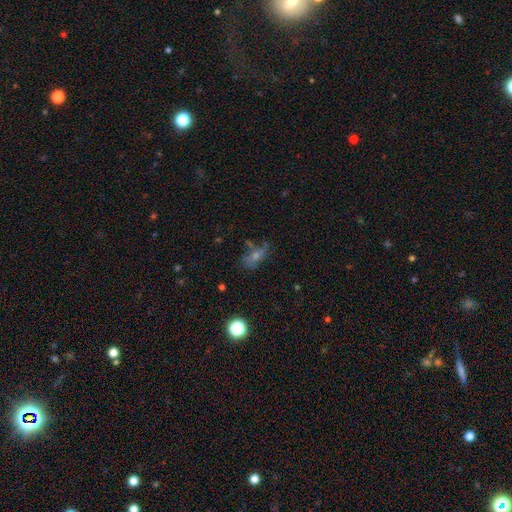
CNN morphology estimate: This appears to be a smooth galaxy with no disk features (37%). Merging: none (57%).